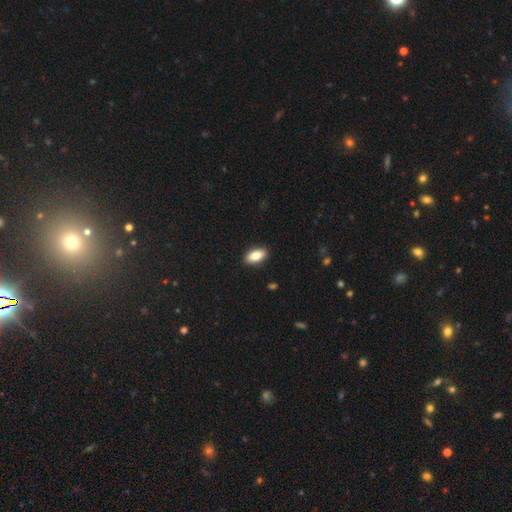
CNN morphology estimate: A smooth galaxy with no disk features (84%) that is in between round and cigar-shaped (91%). Merging: none (90%).